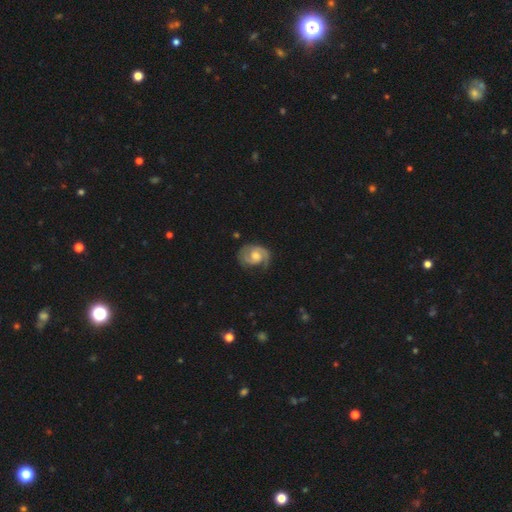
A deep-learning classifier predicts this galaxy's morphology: The model was most divided on "spiral winding": tight: 44%, medium: 42%, loose: 14%. More confident: edge-on disk — no (98%); spiral arms — yes (96%); smooth or featured — featured or disk (81%); spiral arm count — 2 (74%); merging — none (67%); bulge size — moderate (60%); bar — no (58%).